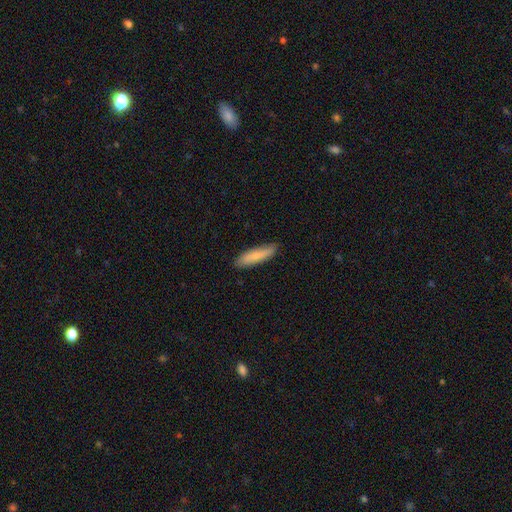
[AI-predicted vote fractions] Q: Smooth or featured?
A: smooth (79%); runner-up: featured or disk (16%)
Q: How rounded?
A: cigar-shaped (75%); runner-up: in between (24%)
Q: Merging?
A: none (86%); runner-up: minor disturbance (11%)